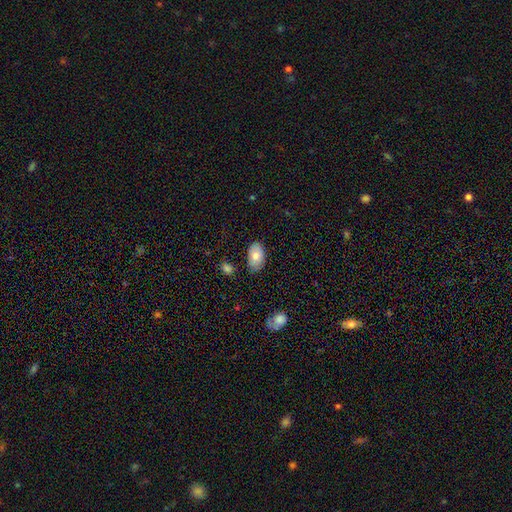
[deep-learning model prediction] This appears to be a smooth galaxy with no disk features (74%) that is in between round and cigar-shaped (93%). Merging: none (76%).